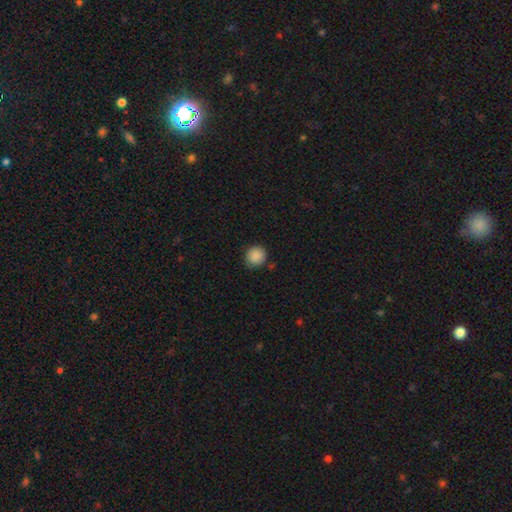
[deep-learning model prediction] Smooth or featured? smooth (88%)
How rounded? round (86%)
Merging? none (79%)